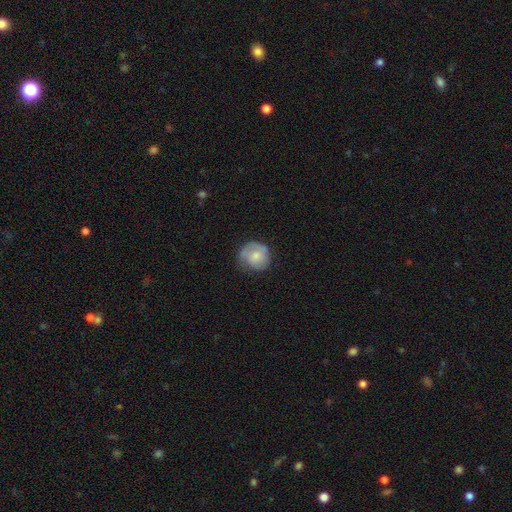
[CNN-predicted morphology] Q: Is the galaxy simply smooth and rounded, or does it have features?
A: smooth — 57%.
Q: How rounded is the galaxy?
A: round — 87%.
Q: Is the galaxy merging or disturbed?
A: none — 64%.